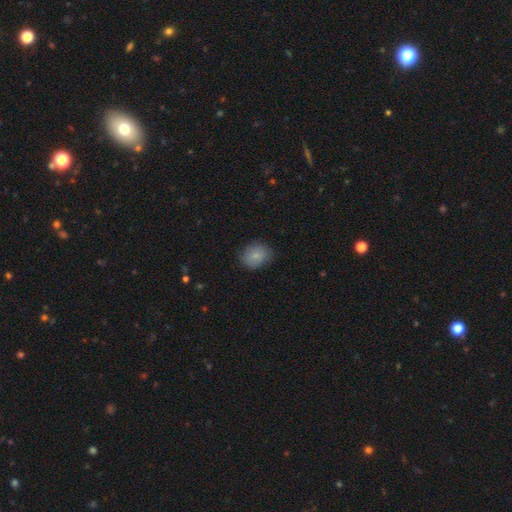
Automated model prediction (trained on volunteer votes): Smooth or featured?
  - smooth: 82% *
  - featured or disk: 10%
  - star or artifact: 8%
How rounded?
  - round: 59% *
  - in between: 40%
  - cigar-shaped: 1%
Merging?
  - none: 76% *
  - minor disturbance: 19%
  - major disturbance: 4%
  - merger: 1%